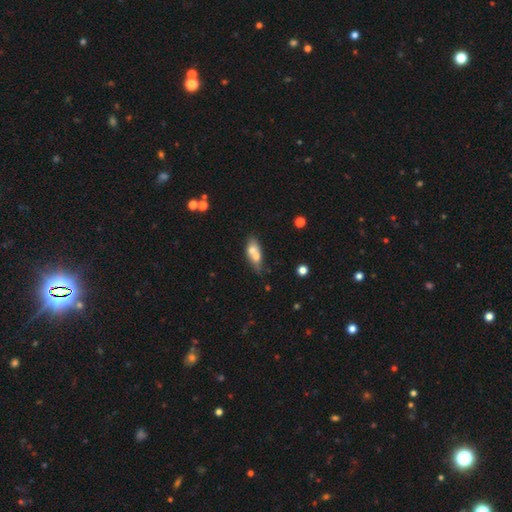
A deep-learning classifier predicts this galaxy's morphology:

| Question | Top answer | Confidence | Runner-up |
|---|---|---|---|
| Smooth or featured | smooth | 62% | featured or disk (29%) |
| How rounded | in between | 70% | cigar-shaped (20%) |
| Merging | merger | 53% | none (29%) |